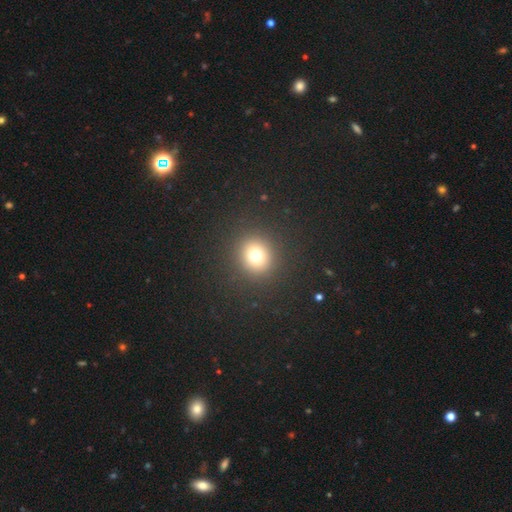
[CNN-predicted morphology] Smooth or featured? Predicted: smooth (p=0.73). How rounded? Predicted: round (p=0.90). Merging? Predicted: none (p=0.91).